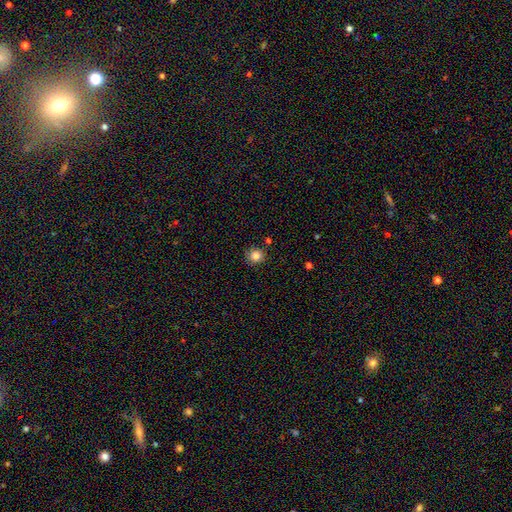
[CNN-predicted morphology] A smooth galaxy with no disk features (85%) that is round (92%). Merging: none (85%).